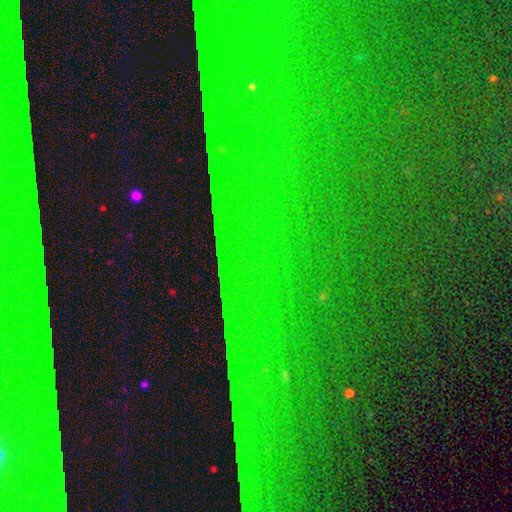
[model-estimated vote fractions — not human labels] Smooth or featured?
  - star or artifact: 86% *
  - featured or disk: 8%
  - smooth: 7%